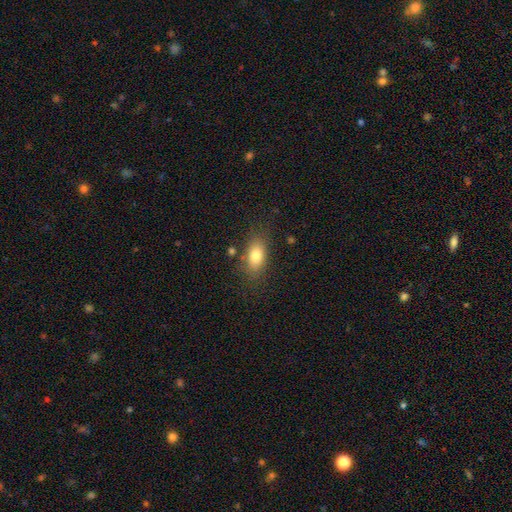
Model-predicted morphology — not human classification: smooth-or-featured: smooth: 80% | featured or disk: 12% | star or artifact: 8%
  how-rounded: in between: 85% | round: 9% | cigar-shaped: 6%
  merging: none: 77% | minor disturbance: 14% | major disturbance: 5% | merger: 4%